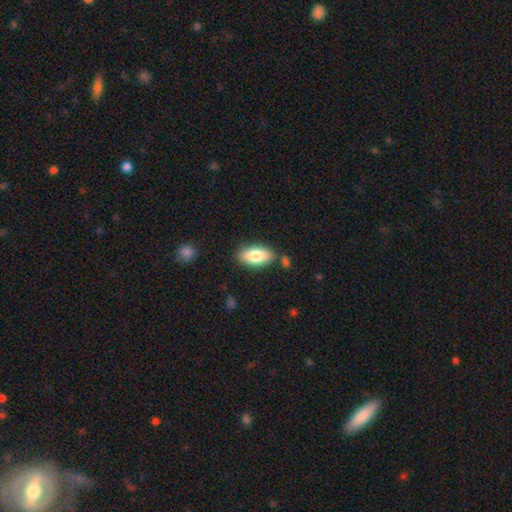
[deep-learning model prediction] smooth-or-featured: smooth: 78% | featured or disk: 16% | star or artifact: 7%
  how-rounded: in between: 90% | cigar-shaped: 7% | round: 3%
  merging: none: 81% | minor disturbance: 12% | merger: 4% | major disturbance: 3%